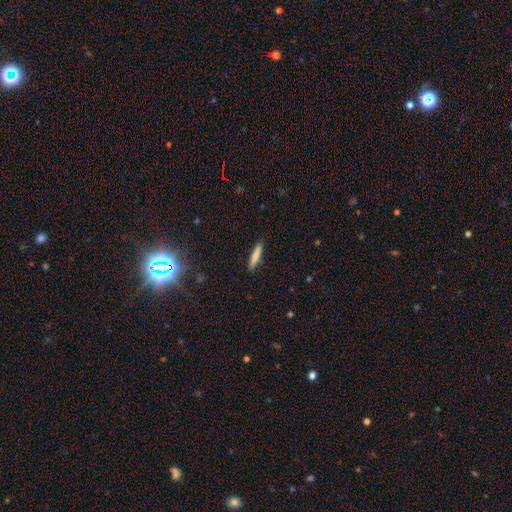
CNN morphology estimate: Smooth or featured?
  - smooth: 80% *
  - featured or disk: 13%
  - star or artifact: 7%
How rounded?
  - cigar-shaped: 89% *
  - in between: 9%
  - round: 1%
Merging?
  - none: 90% *
  - minor disturbance: 7%
  - major disturbance: 2%
  - merger: 1%